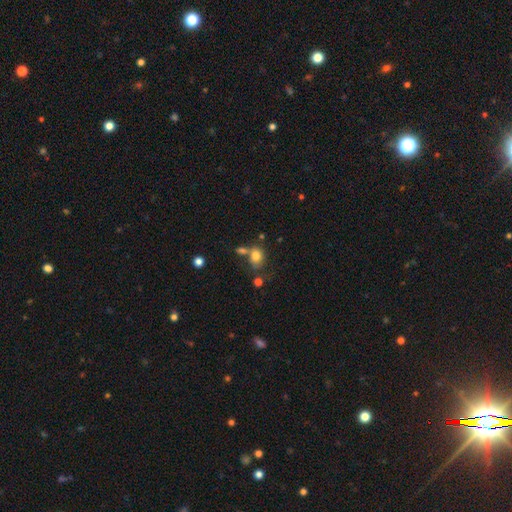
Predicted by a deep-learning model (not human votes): smooth 80%, star or artifact 11%, featured or disk 9%. Down the decision tree: how rounded — in between (51%); merging — none (48%).